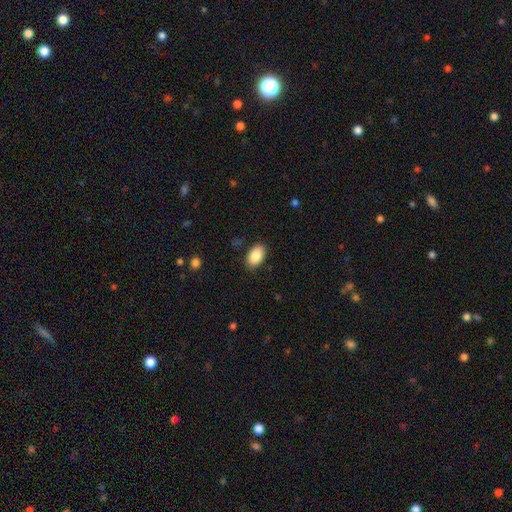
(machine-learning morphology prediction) Smooth or featured: smooth — 89% (star or artifact — 7%)
How rounded: in between — 92% (round — 6%)
Merging: none — 87% (minor disturbance — 10%)